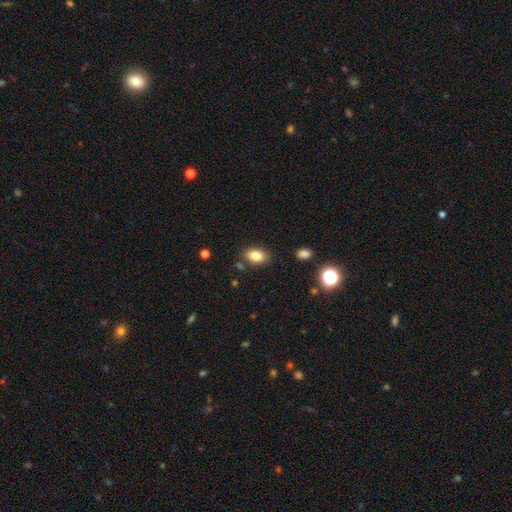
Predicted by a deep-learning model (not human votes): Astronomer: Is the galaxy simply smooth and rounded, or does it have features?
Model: smooth — 85%.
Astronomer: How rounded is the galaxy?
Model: in between — 88%.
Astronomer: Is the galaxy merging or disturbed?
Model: none — 82%.